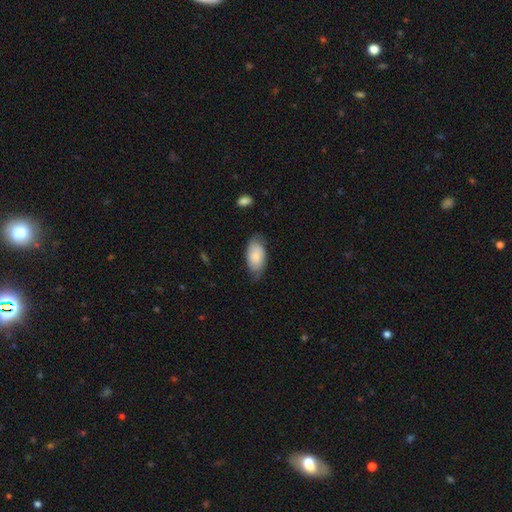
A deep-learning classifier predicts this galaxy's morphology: smooth-or-featured: smooth: 73% | featured or disk: 21% | star or artifact: 6%
  how-rounded: in between: 94% | round: 3% | cigar-shaped: 3%
  merging: none: 66% | minor disturbance: 26% | major disturbance: 6% | merger: 1%